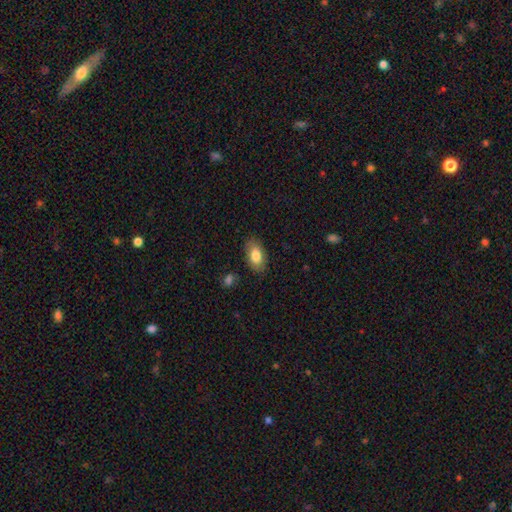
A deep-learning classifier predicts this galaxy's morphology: Smooth or featured?
  - smooth: 81% *
  - featured or disk: 12%
  - star or artifact: 7%
How rounded?
  - in between: 92% *
  - round: 5%
  - cigar-shaped: 2%
Merging?
  - none: 84% *
  - minor disturbance: 11%
  - major disturbance: 3%
  - merger: 1%